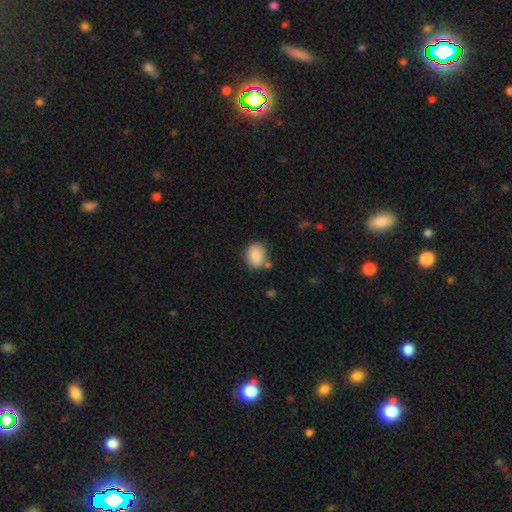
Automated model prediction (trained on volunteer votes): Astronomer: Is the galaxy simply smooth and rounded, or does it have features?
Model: smooth — 85%.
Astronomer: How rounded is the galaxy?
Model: round — 51% (runner-up: in between, 48%).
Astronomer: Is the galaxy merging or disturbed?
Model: none — 75%.